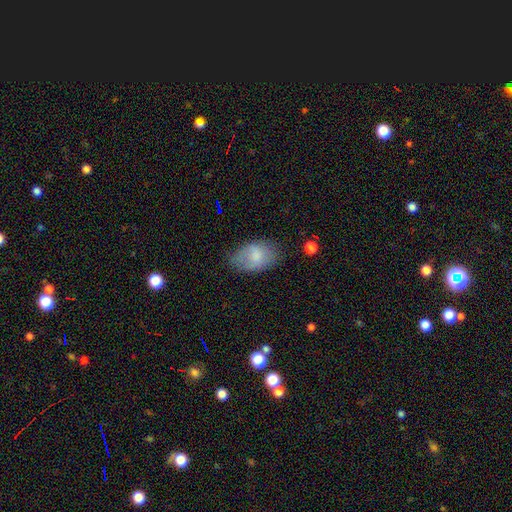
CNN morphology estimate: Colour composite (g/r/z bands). It shows a smooth galaxy with no disk features (74%) that is in between round and cigar-shaped (90%). Merging: none (60%).